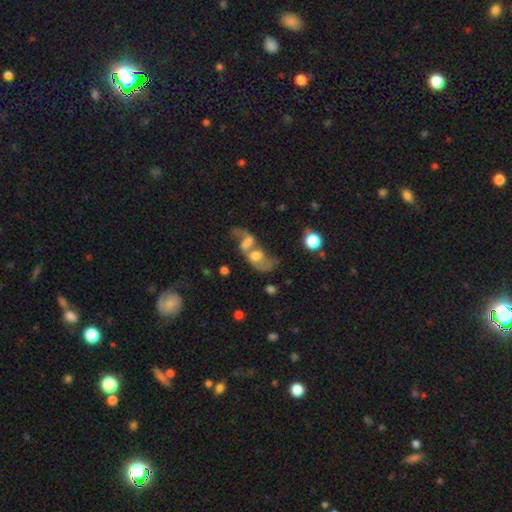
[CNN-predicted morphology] smooth-or-featured: featured or disk: 52% | smooth: 35% | star or artifact: 13%
  disk-edge-on: no: 95% | yes: 5%
  merging: merger: 65% | major disturbance: 16% | none: 12% | minor disturbance: 7%